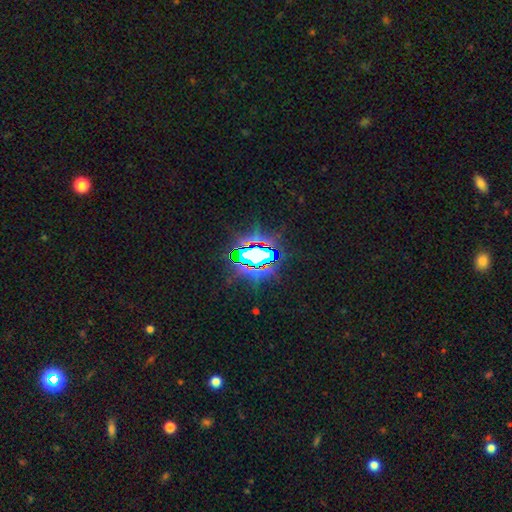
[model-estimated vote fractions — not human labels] Smooth or featured: star or artifact — 75% (featured or disk — 13%)